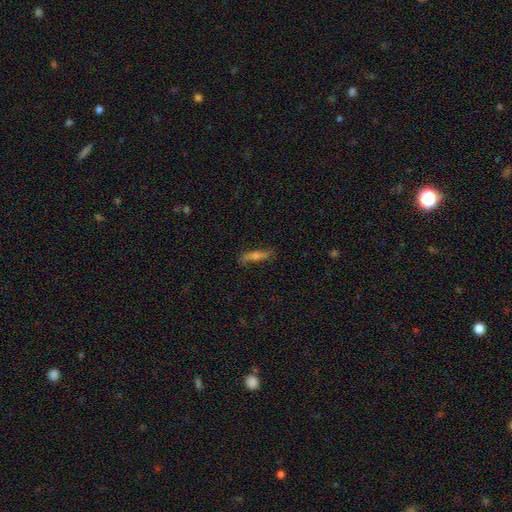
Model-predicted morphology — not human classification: featured or disk 54%, smooth 34%, star or artifact 12%. Down the decision tree: edge-on disk — yes (81%); merging — none (83%).